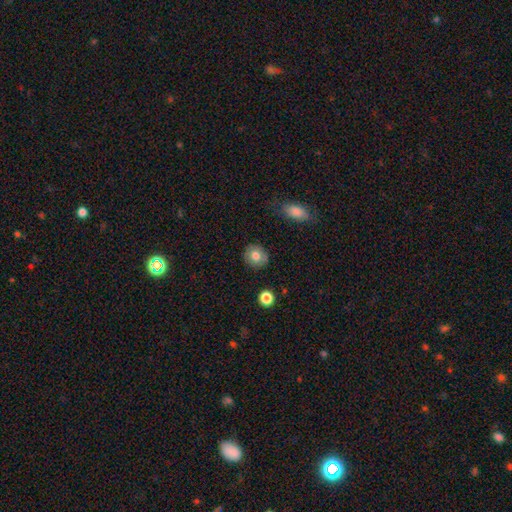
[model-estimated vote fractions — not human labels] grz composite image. It shows a smooth galaxy with no disk features (78%) that is round (82%). Merging: none (86%).